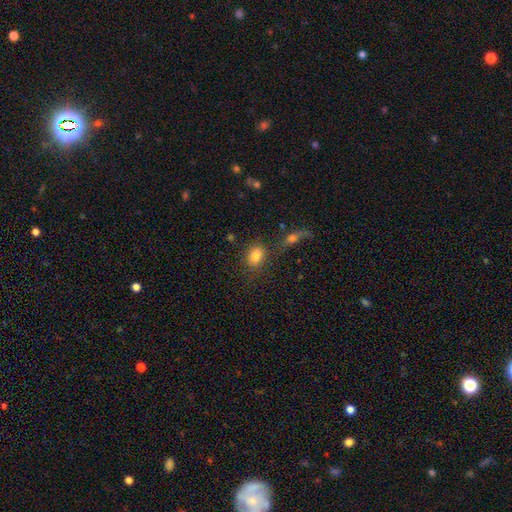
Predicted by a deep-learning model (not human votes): Smooth or featured?
  - smooth: 82% *
  - star or artifact: 10%
  - featured or disk: 8%
How rounded?
  - in between: 73% *
  - round: 25%
  - cigar-shaped: 2%
Merging?
  - none: 70% *
  - merger: 13%
  - minor disturbance: 12%
  - major disturbance: 5%